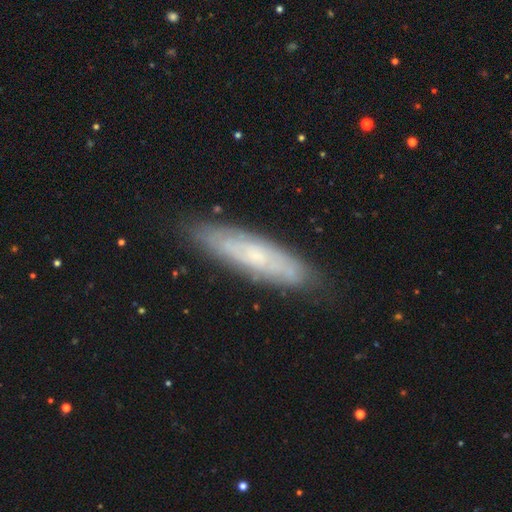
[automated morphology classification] The model was most divided on "edge-on disk": no: 57%, yes: 43%. More confident: merging — none (82%); smooth or featured — featured or disk (54%).